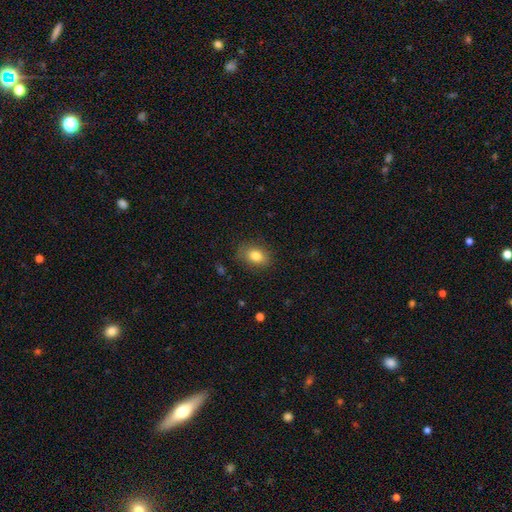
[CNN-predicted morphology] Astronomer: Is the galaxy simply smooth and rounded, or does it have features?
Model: smooth — 82%.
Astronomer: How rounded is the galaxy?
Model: in between — 73%.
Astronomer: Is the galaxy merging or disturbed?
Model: none — 83%.